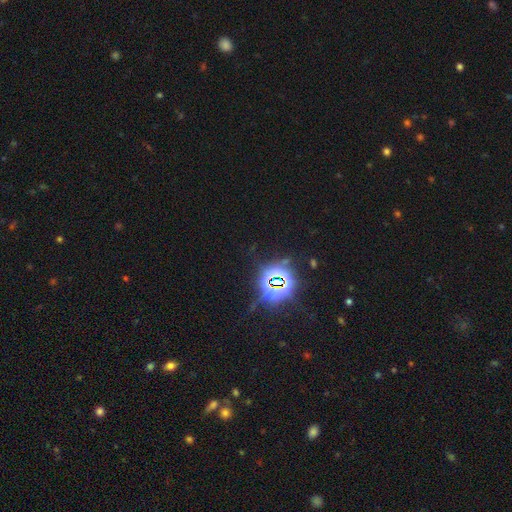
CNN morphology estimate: Q: Smooth or featured?
A: star or artifact (83%); runner-up: smooth (11%)